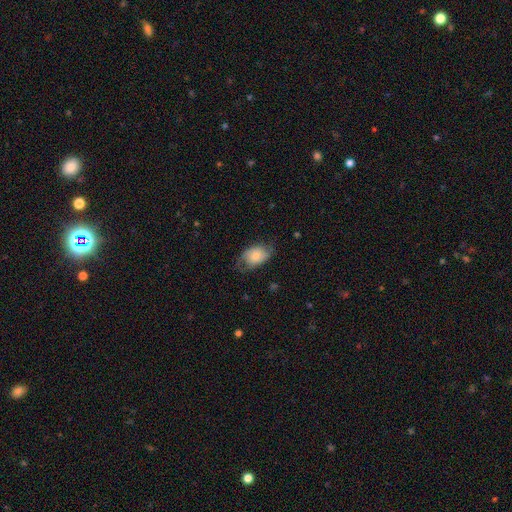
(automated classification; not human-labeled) smooth_or_featured: smooth (p=0.53) [alt: featured or disk p=0.40]
how_rounded: in between (p=0.80) [alt: round p=0.18]
merging: none (p=0.57) [alt: minor disturbance p=0.27]